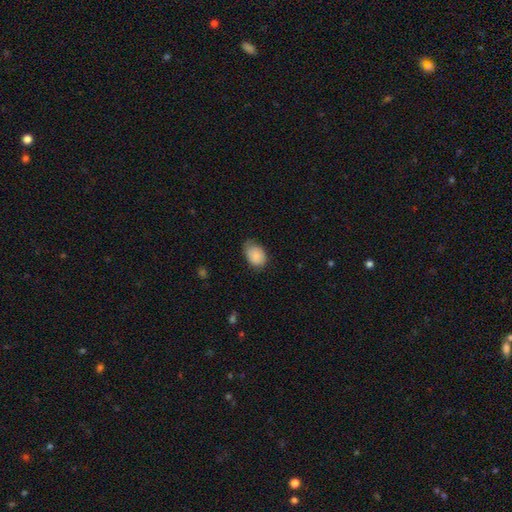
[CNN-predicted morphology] A smooth galaxy with no disk features (83%) that is in between round and cigar-shaped (78%). Merging: none (57%).